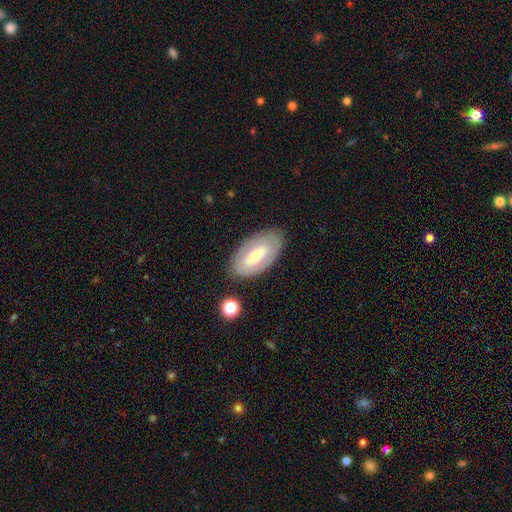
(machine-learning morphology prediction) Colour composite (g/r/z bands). It shows a featured or disk galaxy (53%). Merging: none (83%).